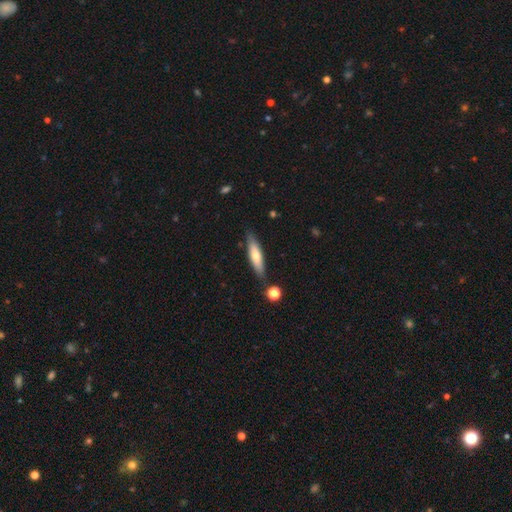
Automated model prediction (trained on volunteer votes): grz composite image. It shows a smooth galaxy with no disk features (64%) that is cigar-shaped (74%). Merging: none (82%).